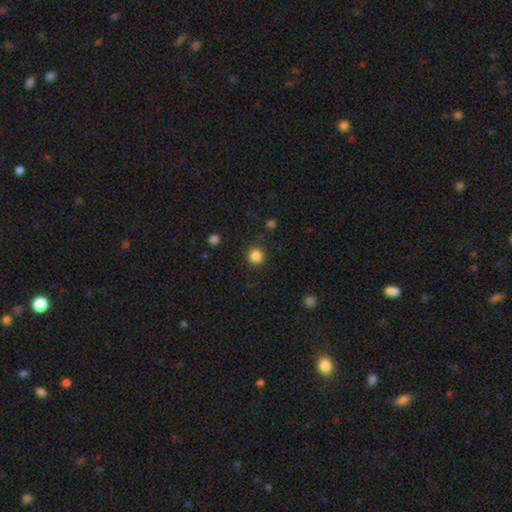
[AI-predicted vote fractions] smooth 85%, star or artifact 12%, featured or disk 3%. Down the decision tree: how rounded — round (95%); merging — none (89%).